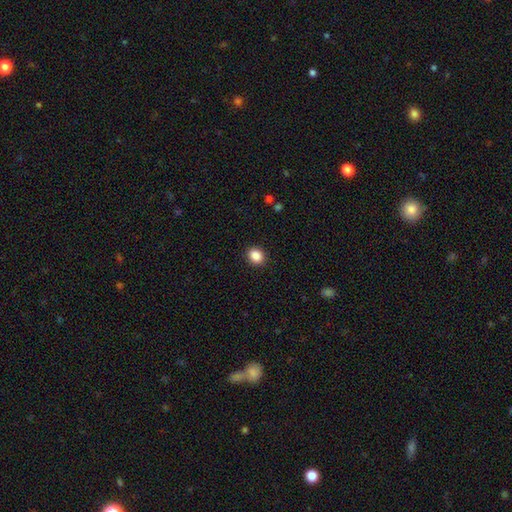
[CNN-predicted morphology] Smooth or featured?
  - smooth: 88% *
  - star or artifact: 9%
  - featured or disk: 3%
How rounded?
  - round: 61% *
  - in between: 38%
  - cigar-shaped: 1%
Merging?
  - none: 90% *
  - minor disturbance: 7%
  - major disturbance: 2%
  - merger: 1%